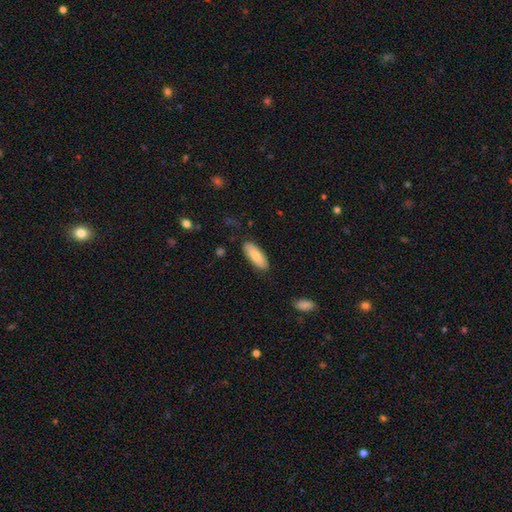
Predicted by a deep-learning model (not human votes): smooth-or-featured: smooth: 81% | featured or disk: 13% | star or artifact: 6%
  how-rounded: in between: 71% | cigar-shaped: 27% | round: 2%
  merging: none: 86% | minor disturbance: 11% | major disturbance: 2% | merger: 1%